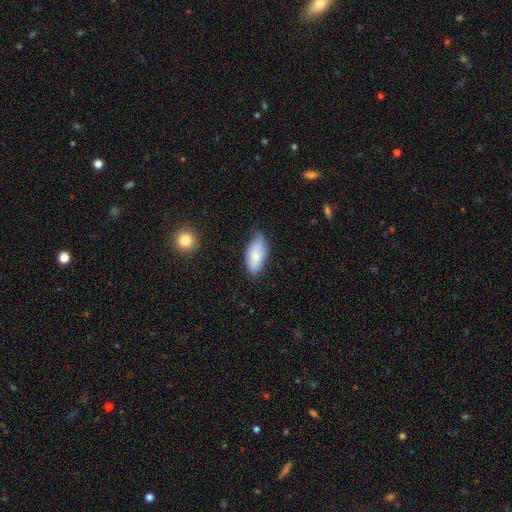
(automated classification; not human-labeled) A smooth galaxy with no disk features (79%) that is in between round and cigar-shaped (91%).

Vote fractions:
- Smooth or featured? smooth: 79% / featured or disk: 15% / star or artifact: 6%
- How rounded? in between: 91% / cigar-shaped: 7% / round: 2%
- Merging? none: 59% / minor disturbance: 33% / major disturbance: 5% / merger: 2%